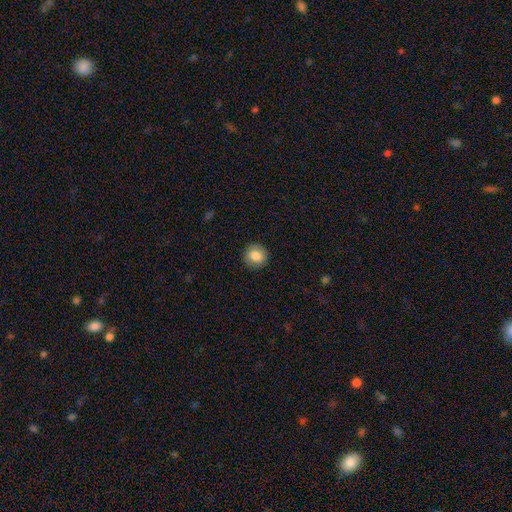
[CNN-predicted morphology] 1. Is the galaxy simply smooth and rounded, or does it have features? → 82% smooth, 9% featured or disk, 9% star or artifact.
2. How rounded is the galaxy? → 91% round, 8% in between, 1% cigar-shaped.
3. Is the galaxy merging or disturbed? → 90% none, 7% minor disturbance, 2% major disturbance, 1% merger.